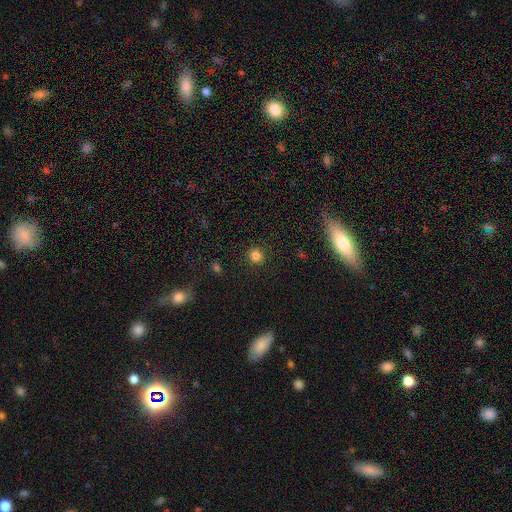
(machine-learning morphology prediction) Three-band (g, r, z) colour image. It shows a smooth galaxy with no disk features (82%) that is round (93%). Merging: none (91%).